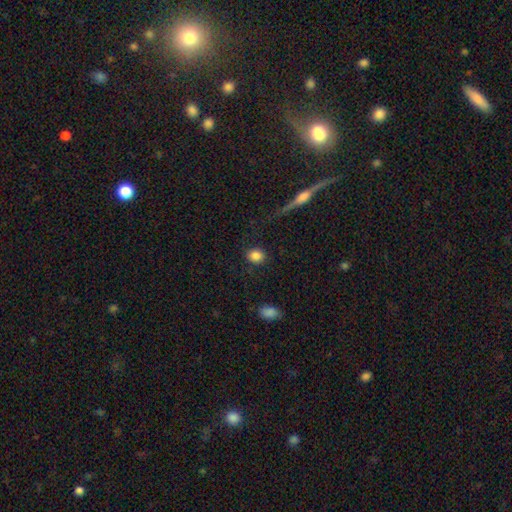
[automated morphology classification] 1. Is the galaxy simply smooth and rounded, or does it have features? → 85% smooth, 9% star or artifact, 5% featured or disk.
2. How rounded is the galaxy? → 70% round, 29% in between, 2% cigar-shaped.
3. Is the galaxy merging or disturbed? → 87% none, 8% minor disturbance, 3% major disturbance, 2% merger.